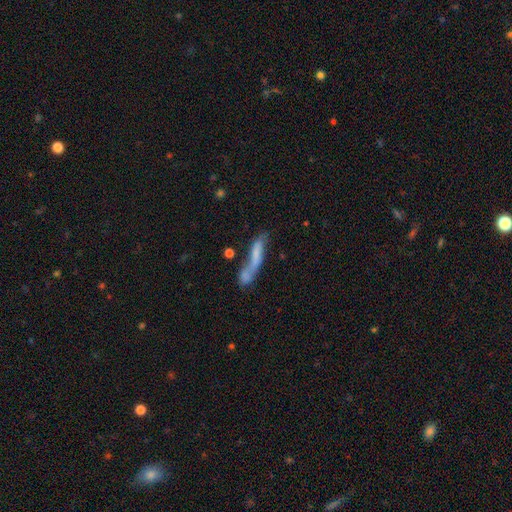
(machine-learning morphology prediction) smooth 54%, featured or disk 37%, star or artifact 10%. Down the decision tree: how rounded — cigar-shaped (81%); merging — merger (42%).